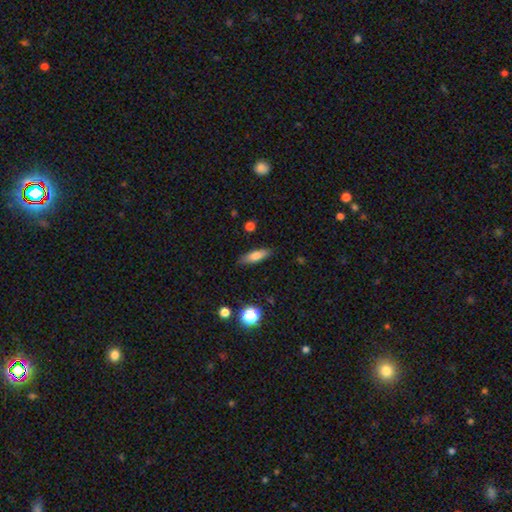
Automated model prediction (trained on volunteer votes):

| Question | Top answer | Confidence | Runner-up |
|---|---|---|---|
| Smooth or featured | smooth | 76% | featured or disk (16%) |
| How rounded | cigar-shaped | 50% | in between (47%) |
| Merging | none | 86% | minor disturbance (10%) |